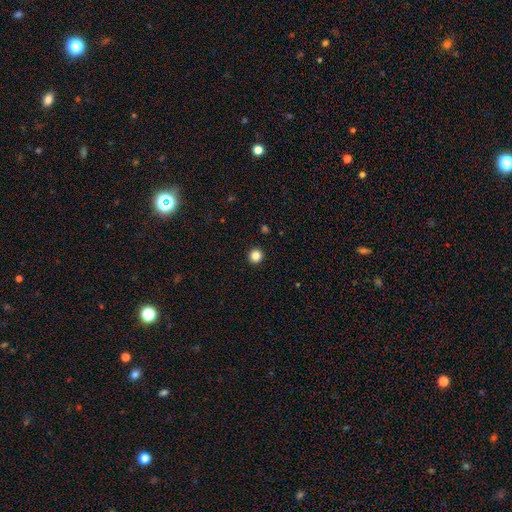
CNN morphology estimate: smooth_or_featured: smooth (p=0.85) [alt: star or artifact p=0.11]
how_rounded: round (p=0.94) [alt: in between p=0.05]
merging: none (p=0.94) [alt: minor disturbance p=0.04]